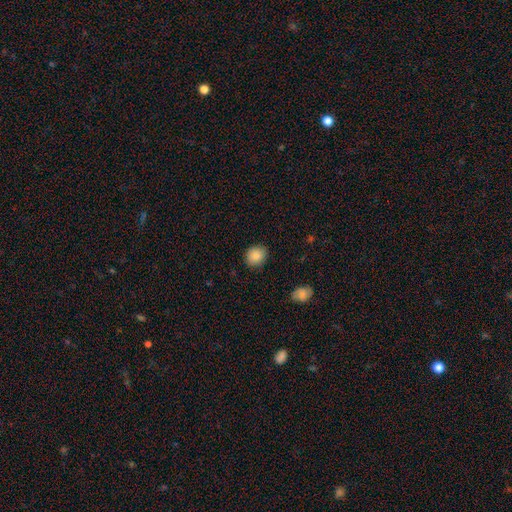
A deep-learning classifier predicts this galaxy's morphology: smooth 88%, star or artifact 8%, featured or disk 4%. Down the decision tree: how rounded — round (67%); merging — none (86%).